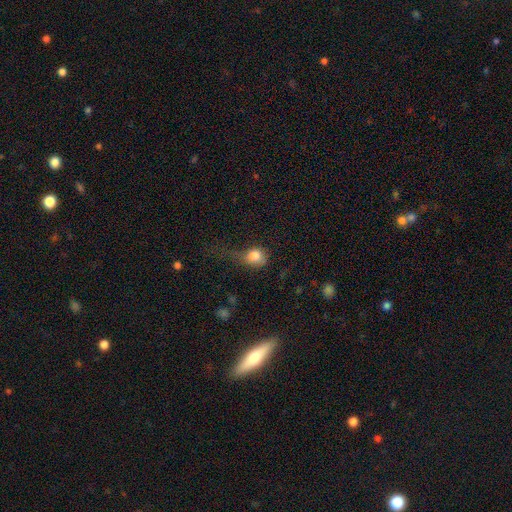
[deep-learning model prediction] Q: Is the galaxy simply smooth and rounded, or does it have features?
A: smooth — 80%.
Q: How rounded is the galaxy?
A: round — 68%.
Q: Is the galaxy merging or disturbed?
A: major disturbance — 34%.